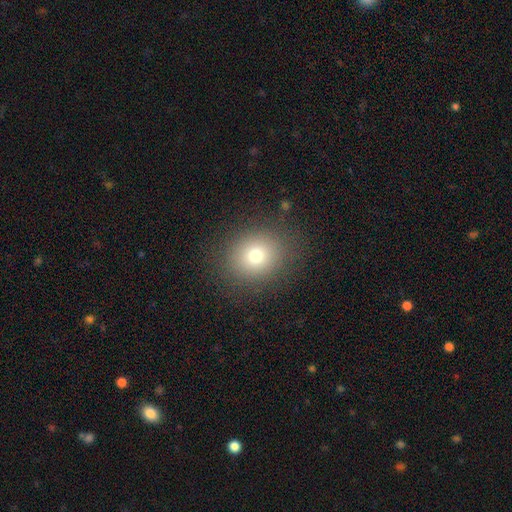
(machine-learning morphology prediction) Overall: smooth (74%). How rounded: round (78%). Merging: none (86%).